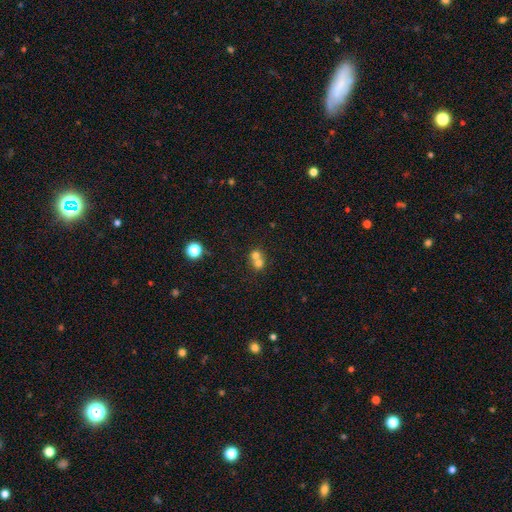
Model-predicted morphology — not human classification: smooth 69%, featured or disk 17%, star or artifact 14%. Down the decision tree: how rounded — round (81%); merging — merger (65%).